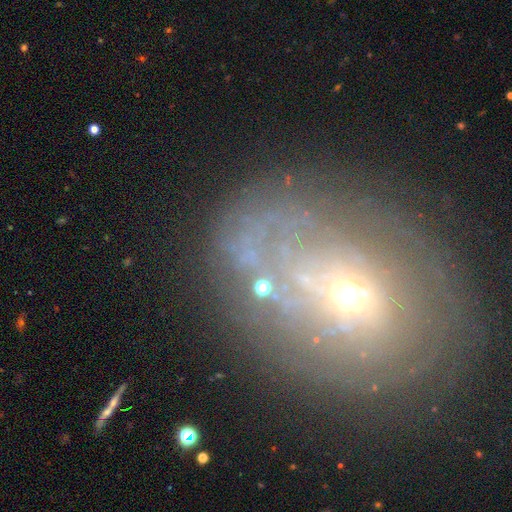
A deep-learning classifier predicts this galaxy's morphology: The model was most divided on "smooth or featured": featured or disk: 53%, smooth: 30%, star or artifact: 18%. More confident: edge-on disk — no (93%); merging — none (60%).